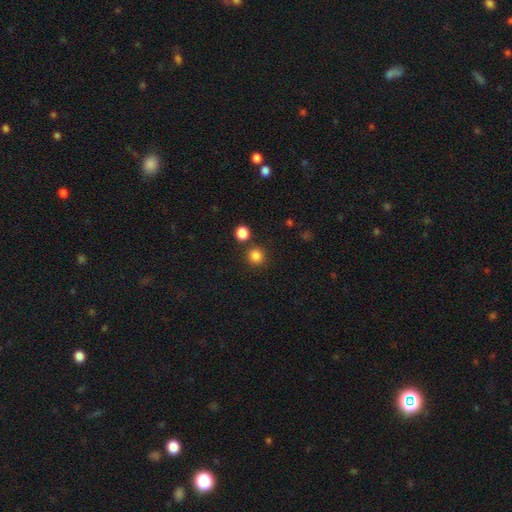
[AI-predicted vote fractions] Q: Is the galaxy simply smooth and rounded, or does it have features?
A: smooth — 84%.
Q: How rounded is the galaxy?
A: round — 91%.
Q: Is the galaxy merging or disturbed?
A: none — 82%.